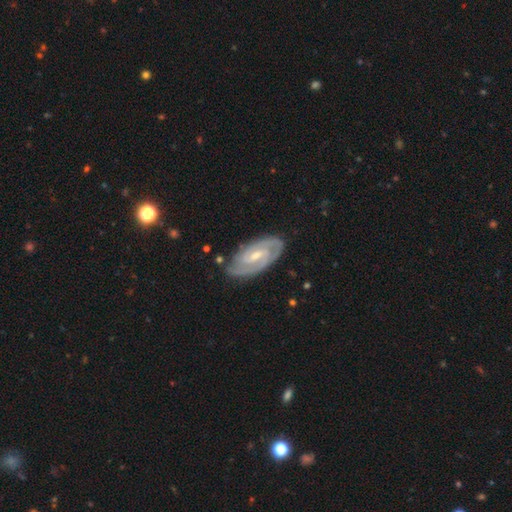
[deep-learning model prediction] featured or disk 87%, smooth 8%, star or artifact 5%. Down the decision tree: edge-on disk — no (95%); bar — weak (53%); spiral arms — yes (97%); spiral arm count — 2 (76%); spiral winding — tight (63%); bulge size — small (53%); merging — none (81%).